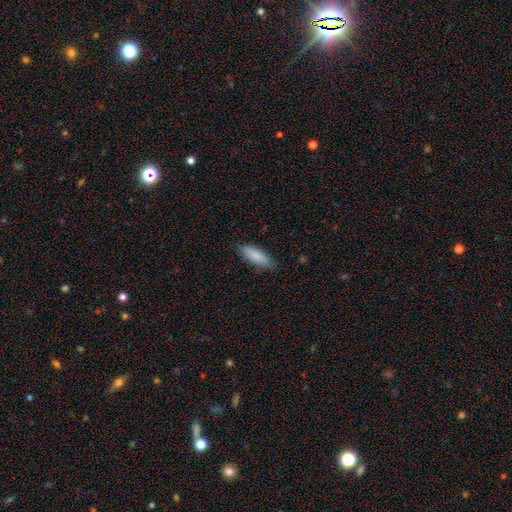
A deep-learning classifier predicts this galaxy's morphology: Overall: smooth (87%). How rounded: in between (60%; cigar-shaped 38%). Merging: none (79%).